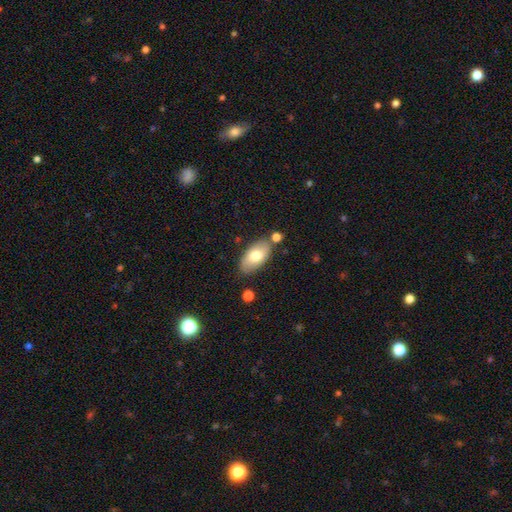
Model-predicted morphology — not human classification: smooth_or_featured: smooth (p=0.72) [alt: featured or disk p=0.21]
how_rounded: in between (p=0.93) [alt: cigar-shaped p=0.04]
merging: none (p=0.76) [alt: minor disturbance p=0.13]